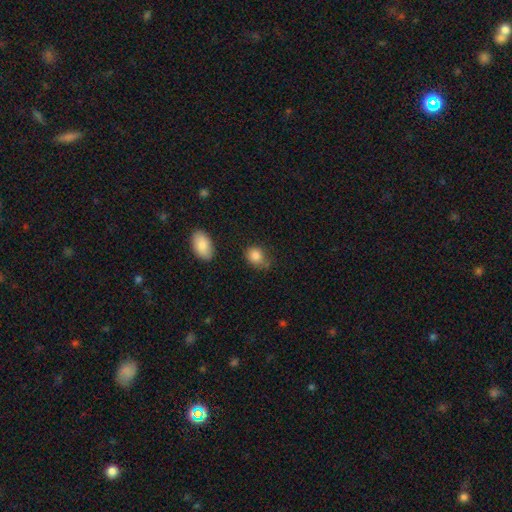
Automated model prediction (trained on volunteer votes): The model was most divided on "how rounded": in between: 50%, round: 48%, cigar-shaped: 1%. More confident: smooth or featured — smooth (85%); merging — none (61%).